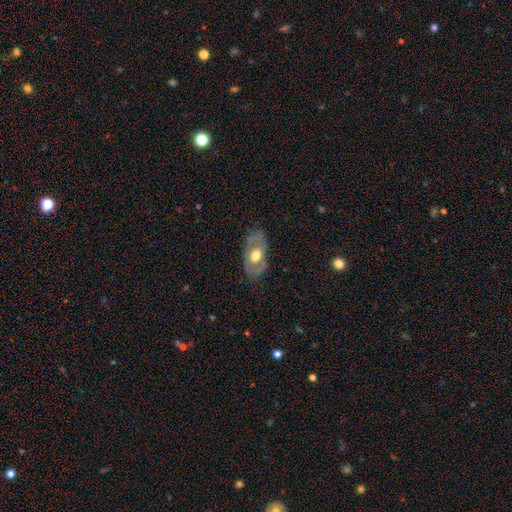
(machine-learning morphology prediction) Smooth or featured?
  - featured or disk: 58% *
  - smooth: 36%
  - star or artifact: 6%
Edge-on disk?
  - no: 87% *
  - yes: 13%
Bar?
  - no: 81% *
  - weak: 15%
  - strong: 4%
Spiral arms?
  - no: 69% *
  - yes: 31%
Bulge size?
  - moderate: 57% *
  - large: 37%
  - small: 4%
  - dominant: 2%
  - none: 1%
Merging?
  - none: 73% *
  - minor disturbance: 19%
  - major disturbance: 7%
  - merger: 1%